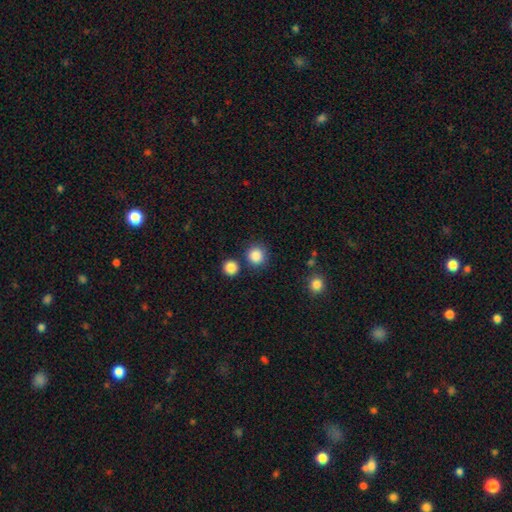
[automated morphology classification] A smooth galaxy with no disk features (86%) that is round (91%).

Vote fractions:
- Smooth or featured? smooth: 86% / star or artifact: 10% / featured or disk: 3%
- How rounded? round: 91% / in between: 8% / cigar-shaped: 1%
- Merging? none: 81% / minor disturbance: 8% / merger: 8% / major disturbance: 3%